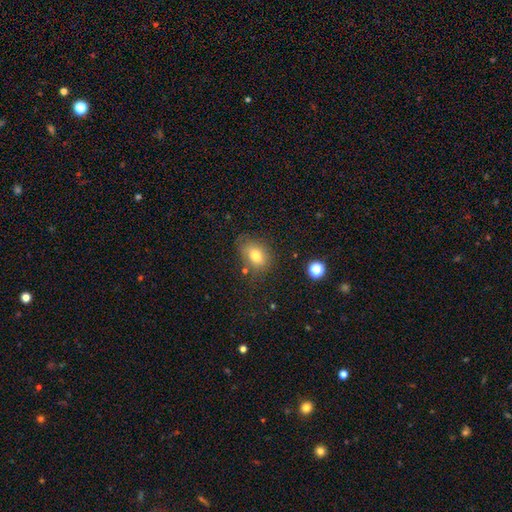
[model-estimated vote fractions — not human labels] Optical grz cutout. It shows a smooth galaxy with no disk features (78%) that is in between round and cigar-shaped (72%). Merging: none (68%).